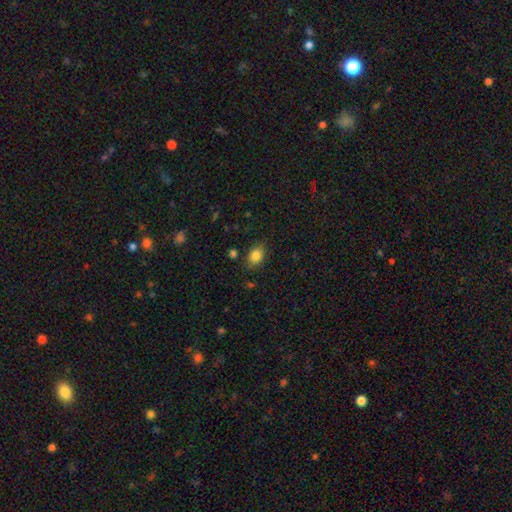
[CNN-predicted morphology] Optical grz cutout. It shows a smooth galaxy with no disk features (84%) that is in between round and cigar-shaped (73%). Merging: none (82%).